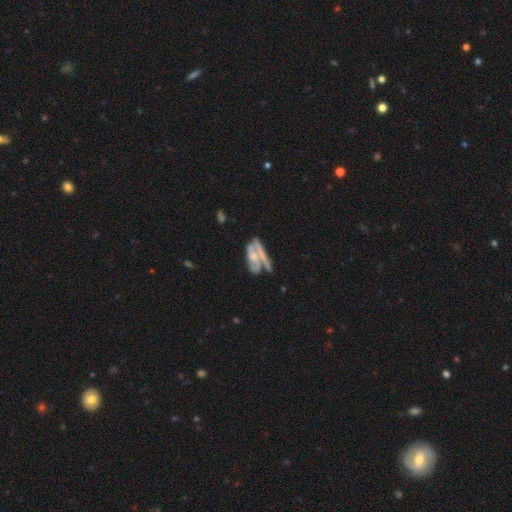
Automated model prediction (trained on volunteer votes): Overall: featured or disk (55%; smooth 37%). Edge-on disk: no (84%). Merging: merger (35%; none 27%).